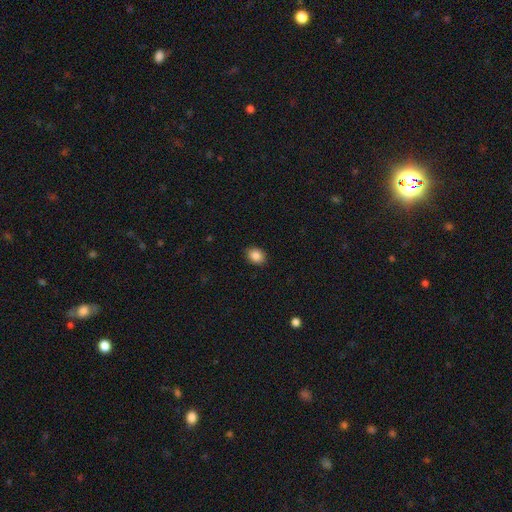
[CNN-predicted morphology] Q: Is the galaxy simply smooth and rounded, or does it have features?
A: smooth — 86%.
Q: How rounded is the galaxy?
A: in between — 55%.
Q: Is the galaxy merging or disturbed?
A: none — 90%.